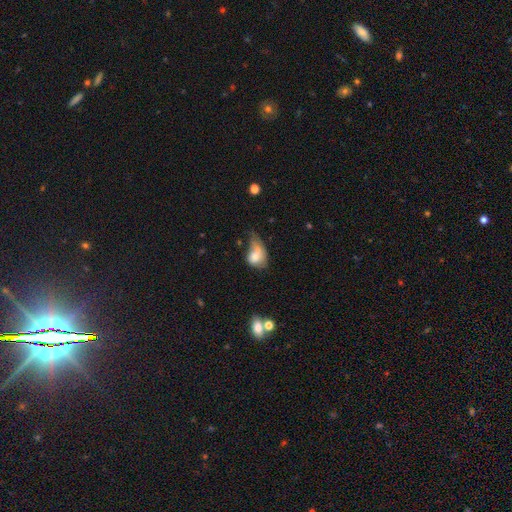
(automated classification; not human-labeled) Morphology: type=smooth (68%); roundness=in between (72%); merging=major disturbance (42%).